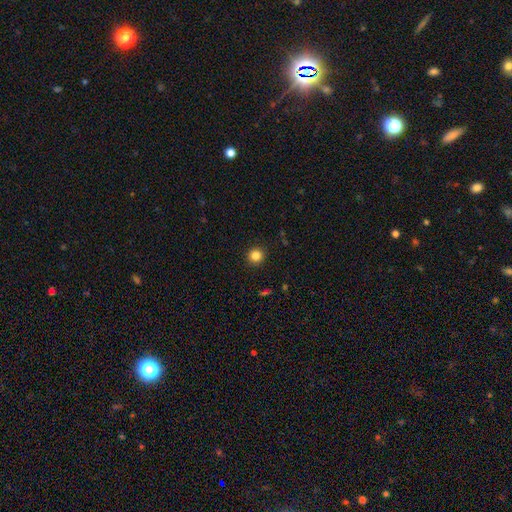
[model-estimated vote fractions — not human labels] Smooth or featured?
  - smooth: 84% *
  - star or artifact: 12%
  - featured or disk: 5%
How rounded?
  - round: 93% *
  - in between: 6%
  - cigar-shaped: 1%
Merging?
  - none: 92% *
  - minor disturbance: 5%
  - major disturbance: 2%
  - merger: 1%